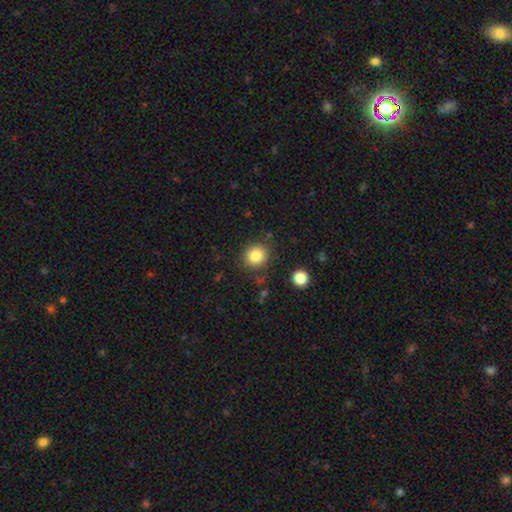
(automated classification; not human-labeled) Smooth or featured? Predicted: smooth (p=0.84). How rounded? Predicted: round (p=0.85). Merging? Predicted: none (p=0.84).